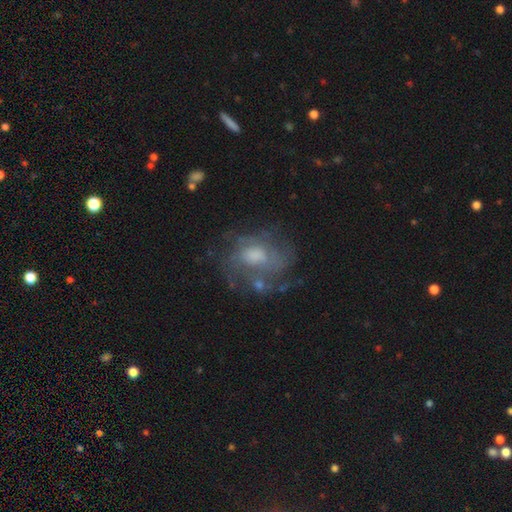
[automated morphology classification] type=featured or disk (66%); edge-on=no (97%); bar=no (69%); spiral arms=yes (66%); bulge=moderate (49%); merging=none (55%).